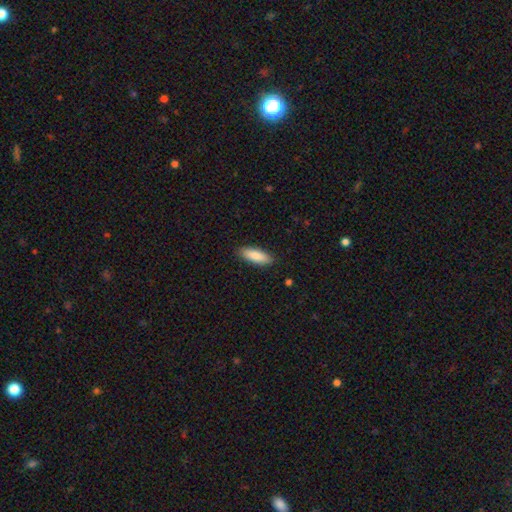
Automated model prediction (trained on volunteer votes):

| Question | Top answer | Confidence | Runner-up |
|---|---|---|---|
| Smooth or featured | smooth | 87% | featured or disk (8%) |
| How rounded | in between | 61% | cigar-shaped (38%) |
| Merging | none | 89% | minor disturbance (8%) |